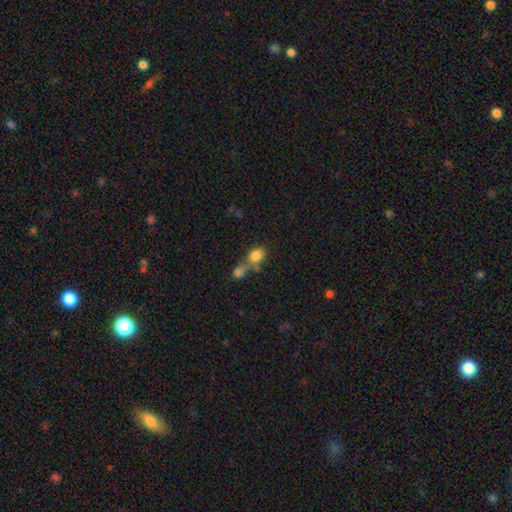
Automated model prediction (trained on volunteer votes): Morphology: type=smooth (81%); roundness=in between (52%); merging=merger (56%).